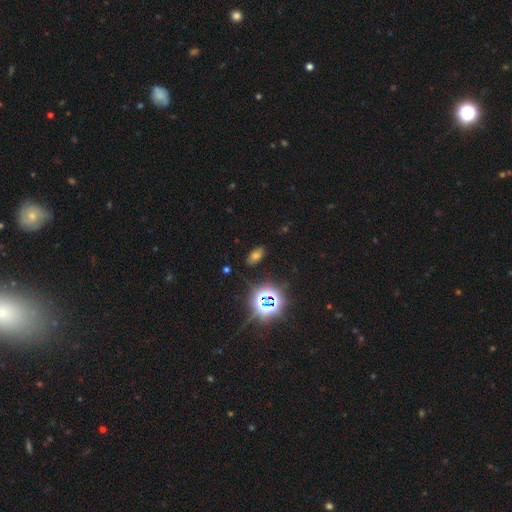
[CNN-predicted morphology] This is possibly a smooth galaxy (55%). How rounded: clearly in between (89%). Merging: clearly none (84%).